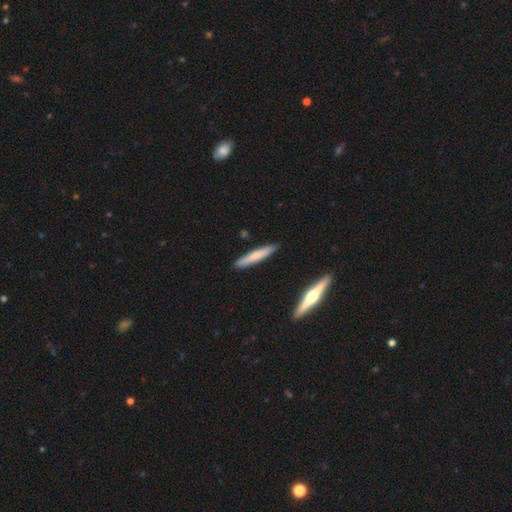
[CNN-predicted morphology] The model was most divided on "smooth or featured": smooth: 65%, featured or disk: 29%, star or artifact: 6%. More confident: how rounded — cigar-shaped (91%); merging — none (88%).